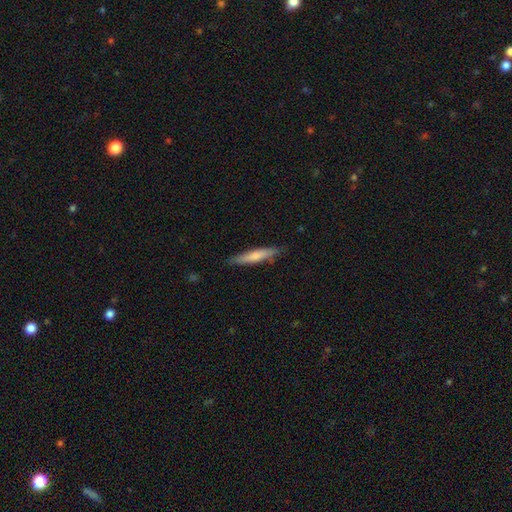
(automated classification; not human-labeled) Smooth or featured? Predicted: smooth (p=0.68). How rounded? Predicted: cigar-shaped (p=0.88). Merging? Predicted: none (p=0.82).